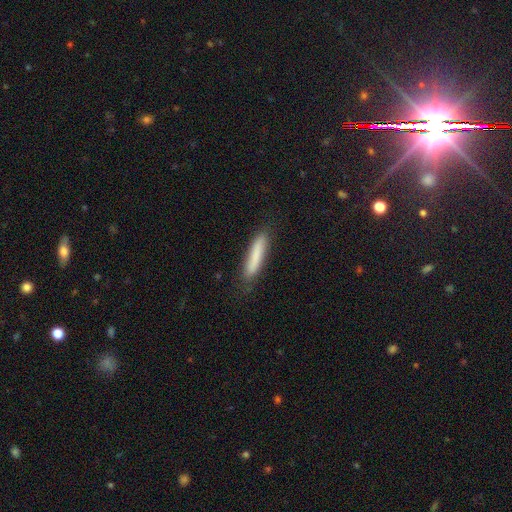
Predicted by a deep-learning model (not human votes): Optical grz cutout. It shows a smooth galaxy with no disk features (80%) that is cigar-shaped (89%). Merging: none (82%).